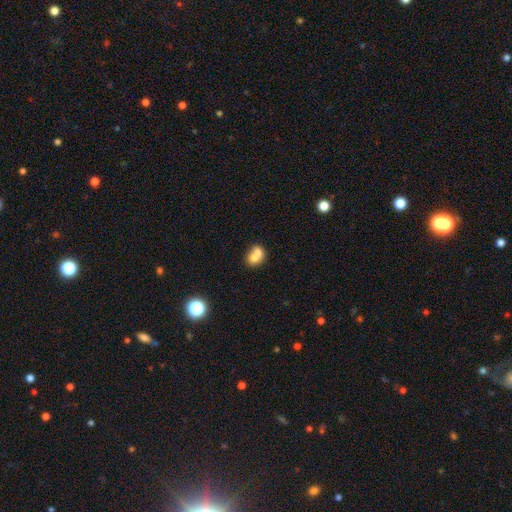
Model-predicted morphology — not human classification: Smooth or featured?
  - smooth: 68% *
  - featured or disk: 21%
  - star or artifact: 10%
How rounded?
  - round: 61% *
  - in between: 38%
  - cigar-shaped: 1%
Merging?
  - merger: 66% *
  - none: 23%
  - minor disturbance: 7%
  - major disturbance: 3%